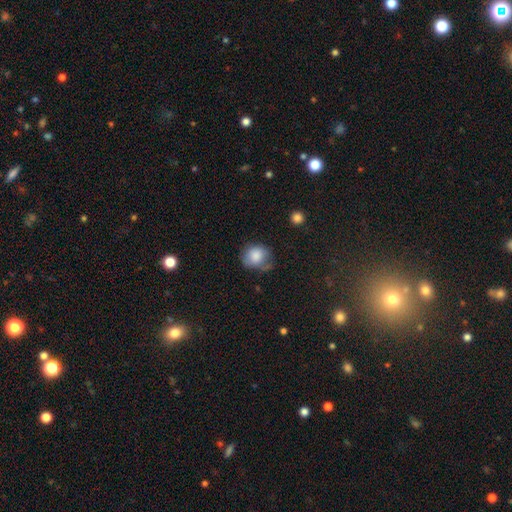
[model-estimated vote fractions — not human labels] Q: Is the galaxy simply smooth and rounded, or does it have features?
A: smooth — 81%.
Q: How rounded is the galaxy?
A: round — 63%.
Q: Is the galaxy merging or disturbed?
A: none — 44%.